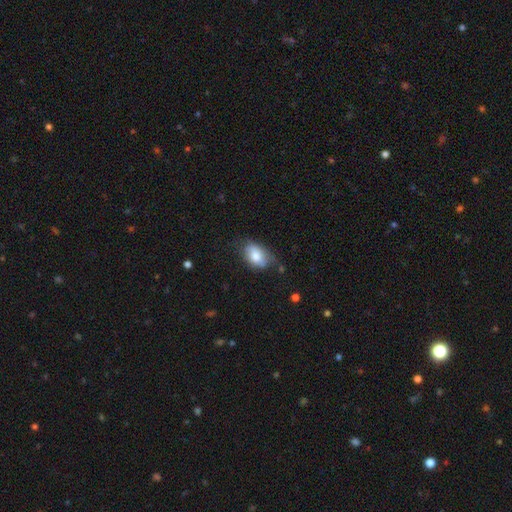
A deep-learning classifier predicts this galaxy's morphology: Smooth or featured: smooth — 77% (featured or disk — 16%)
How rounded: in between — 88% (round — 10%)
Merging: none — 56% (minor disturbance — 32%)